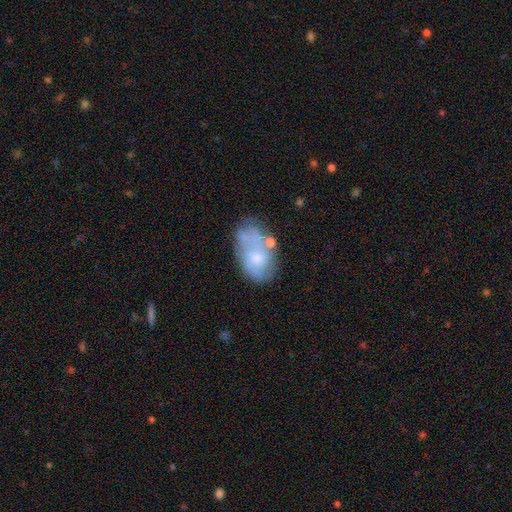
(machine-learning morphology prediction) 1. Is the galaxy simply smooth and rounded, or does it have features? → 52% featured or disk, 39% smooth, 8% star or artifact.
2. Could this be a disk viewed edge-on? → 96% no, 4% yes.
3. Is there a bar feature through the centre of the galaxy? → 79% no, 18% weak, 3% strong.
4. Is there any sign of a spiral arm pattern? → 56% no, 44% yes.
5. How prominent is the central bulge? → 41% small, 37% moderate, 16% none, 4% large, 1% dominant.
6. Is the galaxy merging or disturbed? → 45% none, 26% minor disturbance, 15% major disturbance, 14% merger.